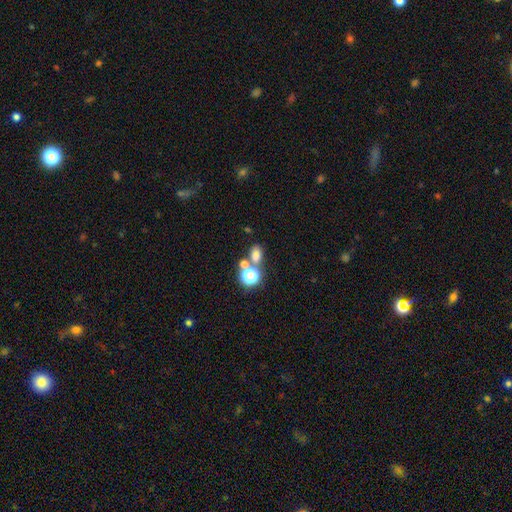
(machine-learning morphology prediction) Smooth or featured? smooth (70%)
How rounded? in between (61%)
Merging? none (57%)